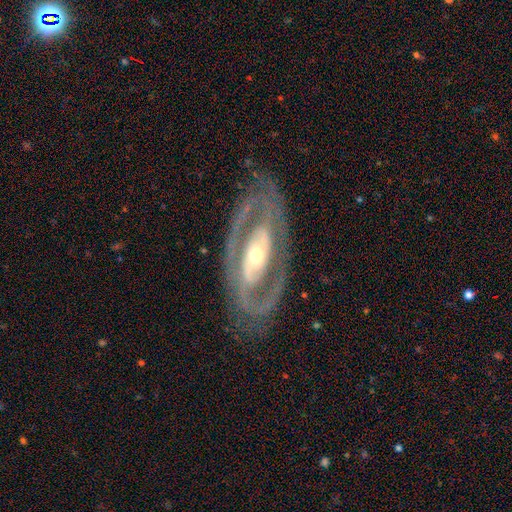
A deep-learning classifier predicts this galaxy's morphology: smooth-or-featured: featured or disk: 88% | smooth: 8% | star or artifact: 5%
  disk-edge-on: no: 92% | yes: 8%
    bar: no: 39% | strong: 38% | weak: 23%
    has-spiral-arms: yes: 86% | no: 14%
      spiral-winding: tight: 49% | medium: 40% | loose: 12%
      spiral-arm-count: 2: 82% | can't tell: 9% | 3: 3% | 1: 3% | 4: 2% | more than 4: 1%
    bulge-size: small: 47% | moderate: 45% | large: 5% | dominant: 1% | none: 1%
  merging: none: 80% | minor disturbance: 12% | major disturbance: 7% | merger: 1%